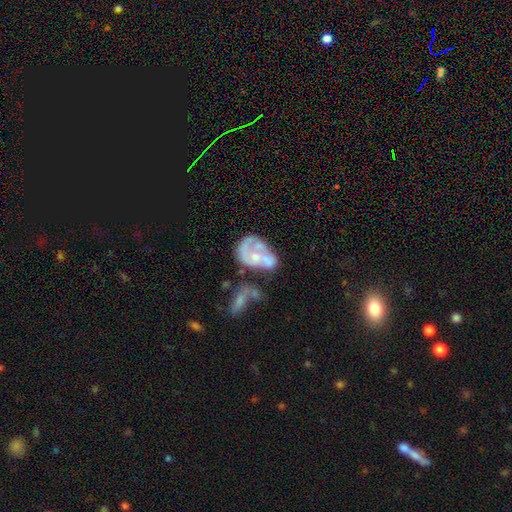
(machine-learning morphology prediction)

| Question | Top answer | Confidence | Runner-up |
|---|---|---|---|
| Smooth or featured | featured or disk | 66% | smooth (26%) |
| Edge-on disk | no | 98% | yes (2%) |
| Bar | no | 82% | weak (15%) |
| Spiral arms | no | 58% | yes (42%) |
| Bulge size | small | 40% | moderate (38%) |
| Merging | merger | 36% | major disturbance (27%) |